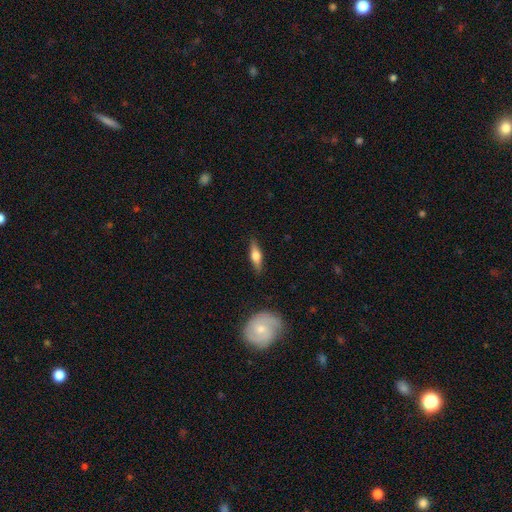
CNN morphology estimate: Smooth or featured? Predicted: featured or disk (p=0.48). Merging? Predicted: none (p=0.86).